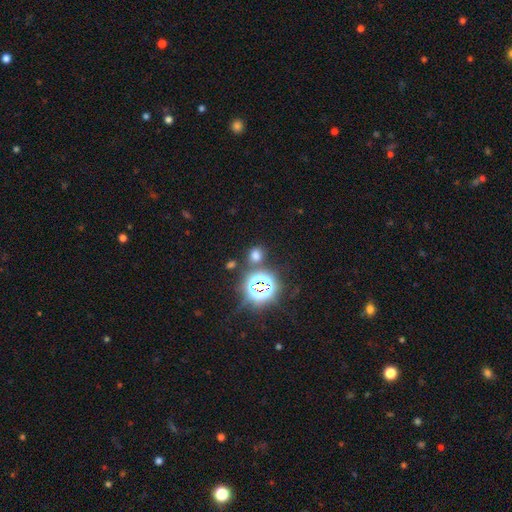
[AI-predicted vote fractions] Overall: smooth (57%; star or artifact 37%). How rounded: round (67%; in between 31%). Merging: none (78%).